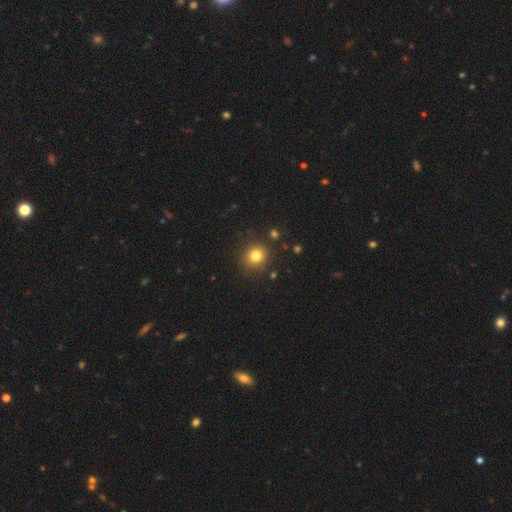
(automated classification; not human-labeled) smooth_or_featured: smooth (p=0.80) [alt: star or artifact p=0.13]
how_rounded: round (p=0.85) [alt: in between p=0.14]
merging: none (p=0.87) [alt: minor disturbance p=0.08]